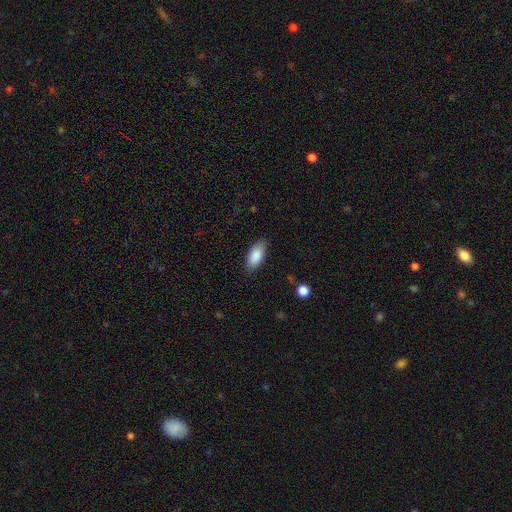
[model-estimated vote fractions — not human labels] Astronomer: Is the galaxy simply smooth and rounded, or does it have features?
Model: smooth — 87%.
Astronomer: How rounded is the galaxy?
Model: in between — 89%.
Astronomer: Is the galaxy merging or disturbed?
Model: none — 84%.